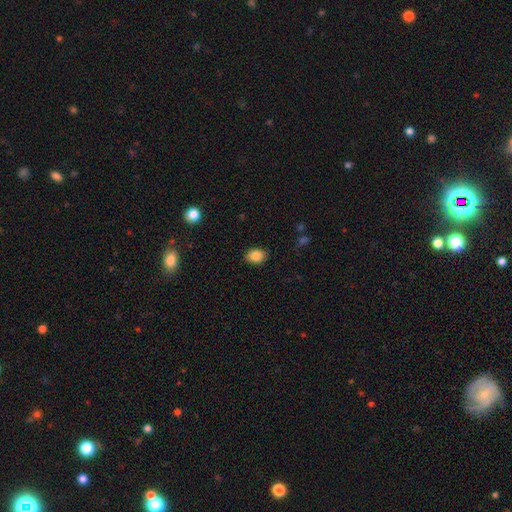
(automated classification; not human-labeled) Smooth or featured? smooth (85%)
How rounded? in between (72%)
Merging? none (87%)